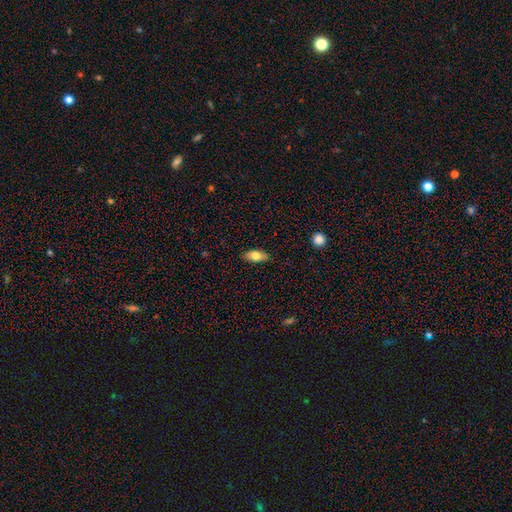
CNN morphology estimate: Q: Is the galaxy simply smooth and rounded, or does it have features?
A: smooth — 76%.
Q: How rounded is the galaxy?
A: in between — 89%.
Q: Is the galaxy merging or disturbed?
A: none — 87%.